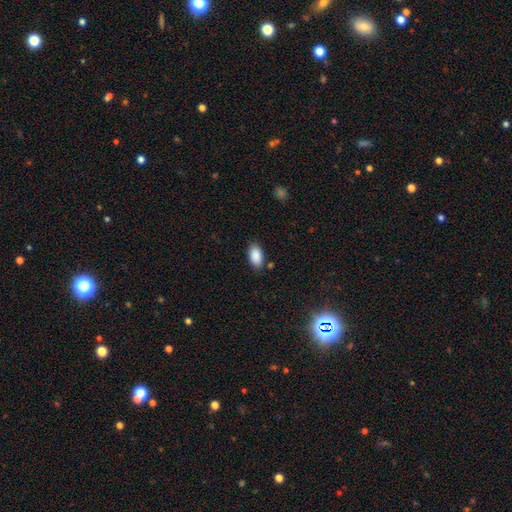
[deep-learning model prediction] A smooth galaxy with no disk features (90%) that is in between round and cigar-shaped (94%).

Vote fractions:
- Smooth or featured? smooth: 90% / star or artifact: 7% / featured or disk: 3%
- How rounded? in between: 94% / round: 4% / cigar-shaped: 2%
- Merging? none: 83% / minor disturbance: 12% / major disturbance: 3% / merger: 2%